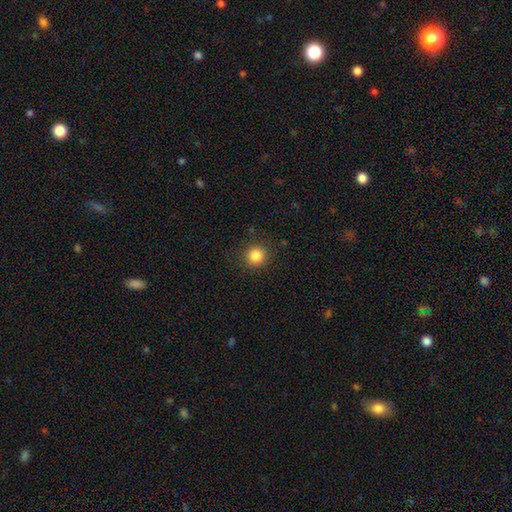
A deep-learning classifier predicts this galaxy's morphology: Overall: smooth (84%). How rounded: round (93%). Merging: none (90%).